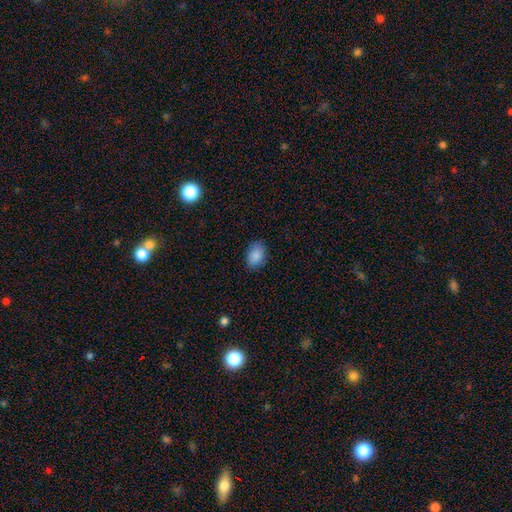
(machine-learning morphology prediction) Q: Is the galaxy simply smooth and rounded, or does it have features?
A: smooth — 88%.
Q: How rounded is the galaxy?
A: in between — 80%.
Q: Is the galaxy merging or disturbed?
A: none — 83%.